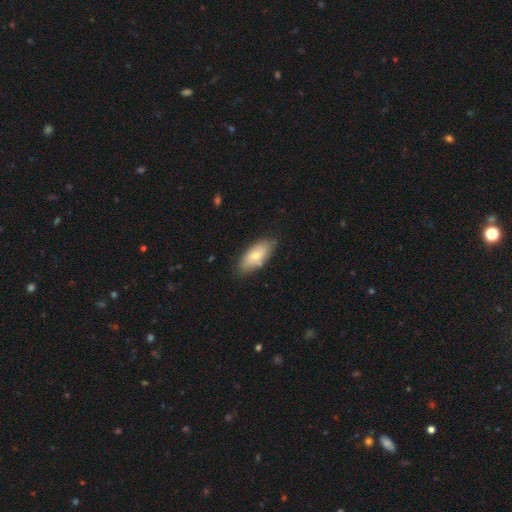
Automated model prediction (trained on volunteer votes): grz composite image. It shows a smooth galaxy with no disk features (69%) that is in between round and cigar-shaped (88%). Merging: none (77%).